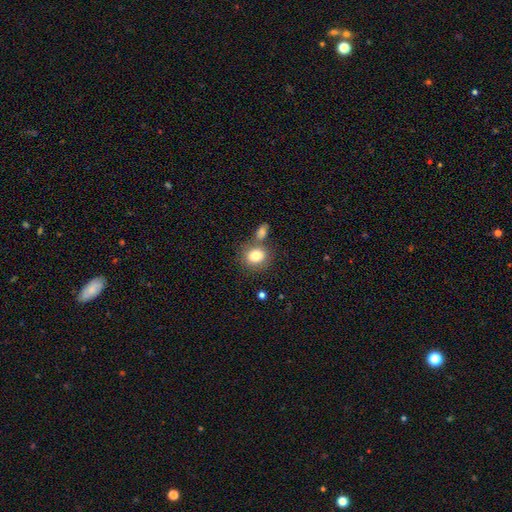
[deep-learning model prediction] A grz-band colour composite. It shows a smooth galaxy with no disk features (81%) that is round (61%). Merging: none (58%).